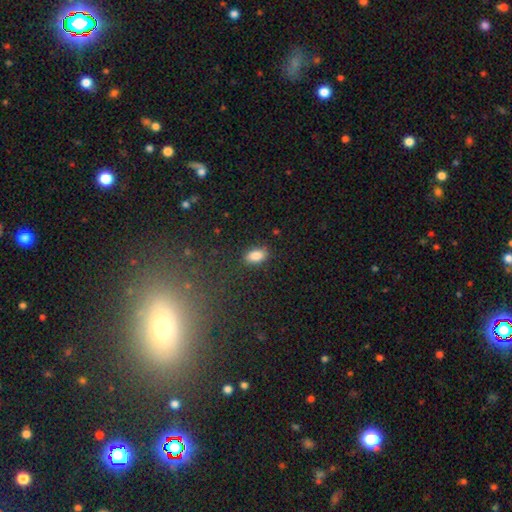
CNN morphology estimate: Smooth or featured? Predicted: smooth (p=0.86). How rounded? Predicted: in between (p=0.91). Merging? Predicted: none (p=0.85).